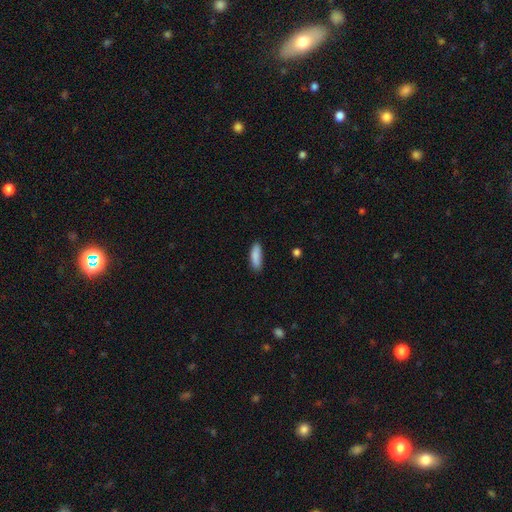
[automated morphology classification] Smooth or featured?
  - smooth: 88% *
  - star or artifact: 6%
  - featured or disk: 5%
How rounded?
  - in between: 51% *
  - cigar-shaped: 48%
  - round: 2%
Merging?
  - none: 82% *
  - minor disturbance: 14%
  - major disturbance: 2%
  - merger: 1%